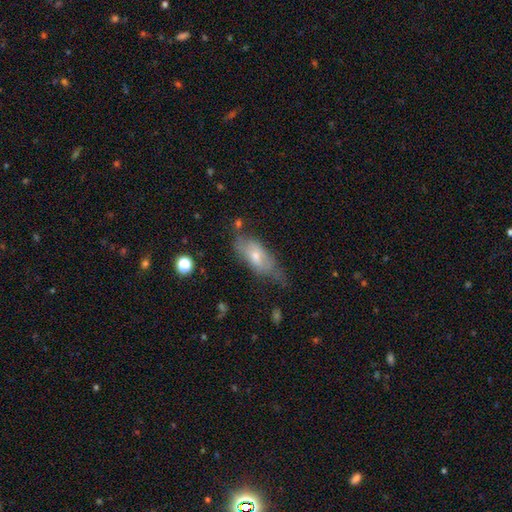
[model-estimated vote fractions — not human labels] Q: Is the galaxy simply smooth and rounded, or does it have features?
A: smooth — 54%.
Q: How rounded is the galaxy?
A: in between — 74%.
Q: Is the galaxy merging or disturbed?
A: none — 49%.